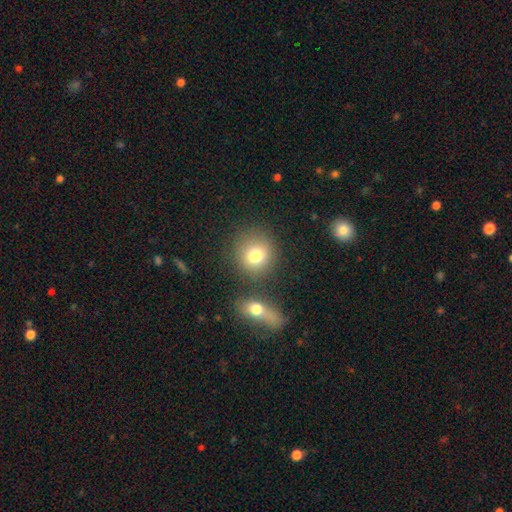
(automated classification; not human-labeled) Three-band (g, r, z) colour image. It shows a smooth galaxy with no disk features (77%) that is round (85%). Merging: none (72%).